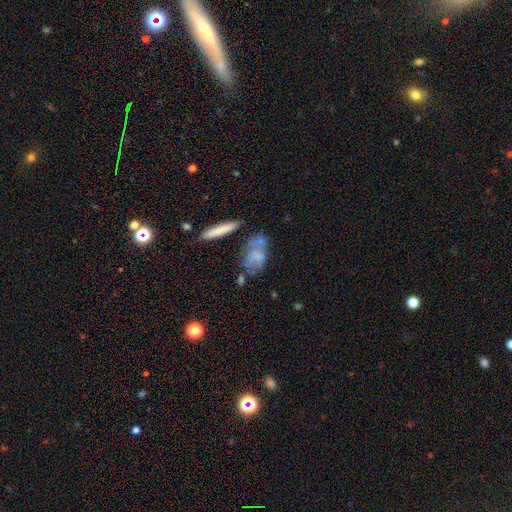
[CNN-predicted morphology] The model was most divided on "merging": none: 42%, minor disturbance: 22%, merger: 20%, major disturbance: 17%. More confident: how rounded — in between (77%); smooth or featured — smooth (56%).